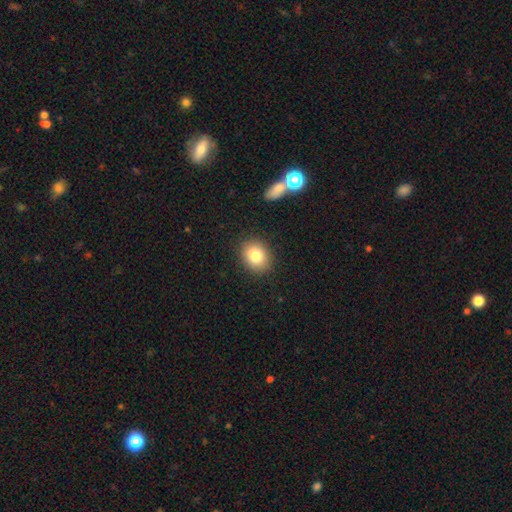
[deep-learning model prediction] Smooth or featured? Predicted: smooth (p=0.82). How rounded? Predicted: round (p=0.54). Merging? Predicted: none (p=0.88).